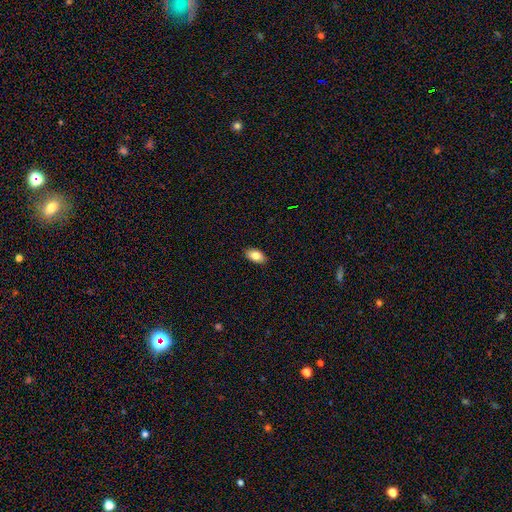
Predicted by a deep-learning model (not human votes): Morphology: type=smooth (83%); roundness=in between (93%); merging=none (89%).